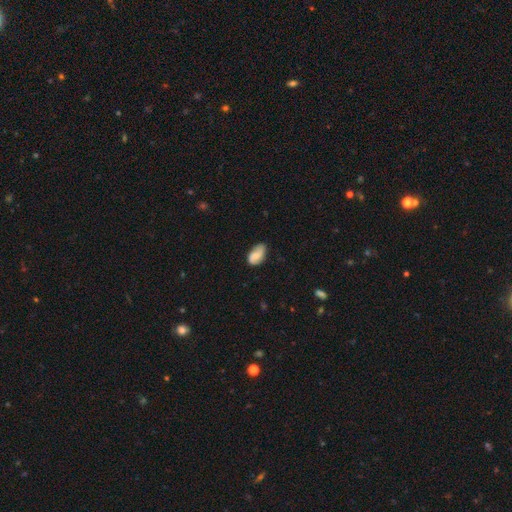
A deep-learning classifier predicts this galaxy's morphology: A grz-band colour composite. It shows a smooth galaxy with no disk features (63%) that is in between round and cigar-shaped (92%). Merging: none (65%).